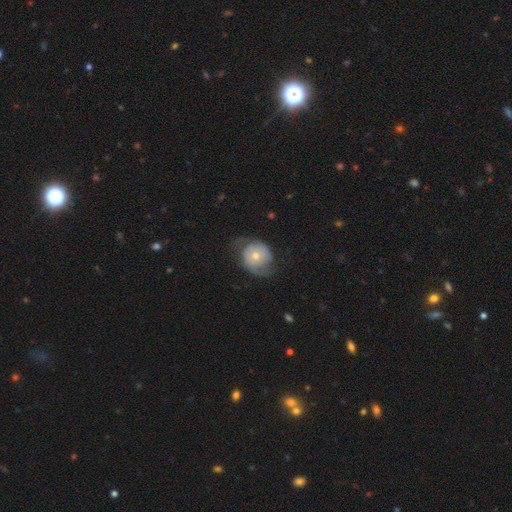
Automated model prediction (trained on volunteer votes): A featured or disk galaxy (57%) with no bar (82%), spiral arms (72%) and a small central bulge (51%).

Vote fractions:
- Smooth or featured? featured or disk: 57% / smooth: 37% / star or artifact: 6%
- Edge-on disk? no: 96% / yes: 4%
- Bar? no: 82% / weak: 14% / strong: 4%
- Spiral arms? yes: 72% / no: 28%
- Bulge size? small: 51% / moderate: 42% / large: 4% / dominant: 2% / none: 2%
- Merging? none: 54% / minor disturbance: 24% / major disturbance: 20% / merger: 1%